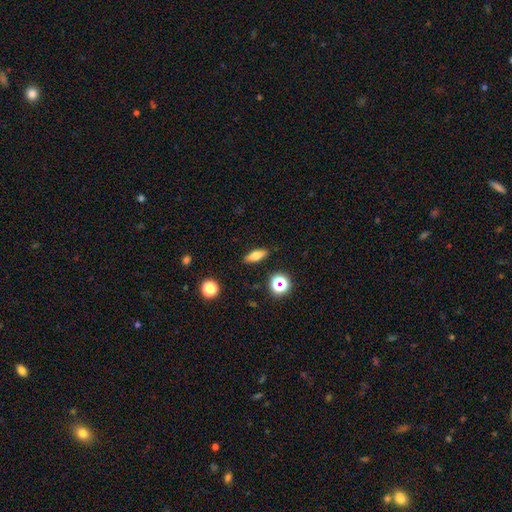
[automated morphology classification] Smooth or featured? Predicted: smooth (p=0.68). How rounded? Predicted: in between (p=0.59). Merging? Predicted: none (p=0.89).